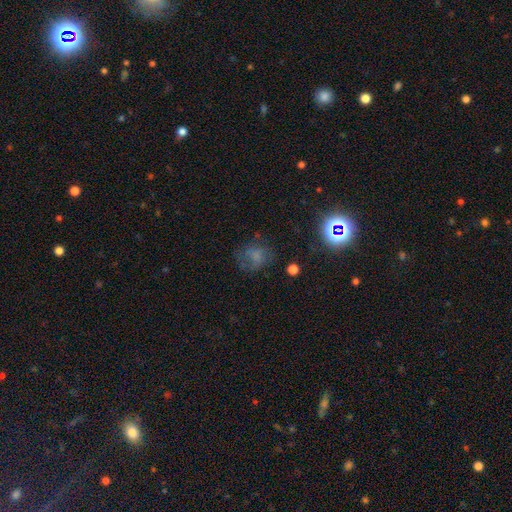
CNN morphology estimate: Overall: smooth (55%; star or artifact 23%). How rounded: round (60%; in between 39%). Merging: none (54%; minor disturbance 22%).